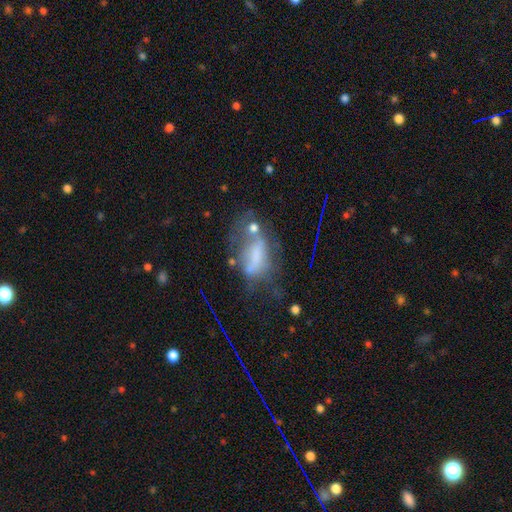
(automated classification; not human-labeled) A featured or disk galaxy (45%).

Vote fractions:
- Smooth or featured? featured or disk: 45% / smooth: 39% / star or artifact: 16%
- Merging? major disturbance: 33% / none: 27% / merger: 20% / minor disturbance: 20%